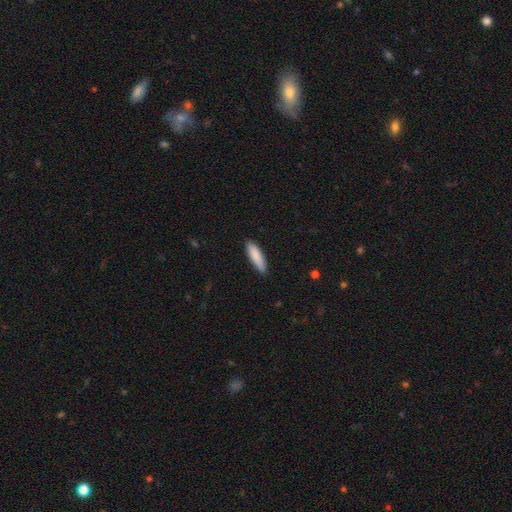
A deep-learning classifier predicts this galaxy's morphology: smooth 87%, featured or disk 8%, star or artifact 5%. Down the decision tree: how rounded — cigar-shaped (67%); merging — none (86%).